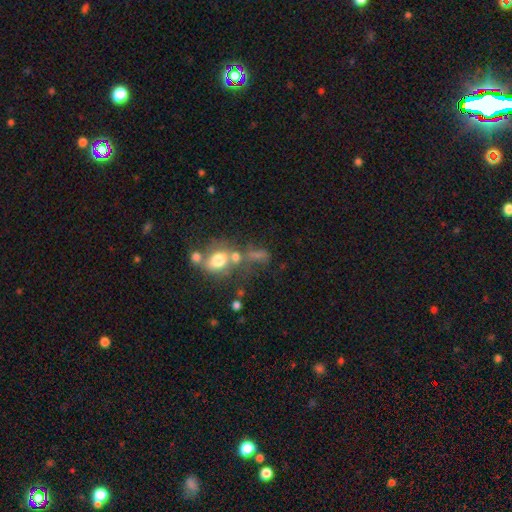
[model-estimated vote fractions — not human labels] This appears to be a smooth galaxy with no disk features (60%) that is in between round and cigar-shaped (55%). Merging: merger (38%).